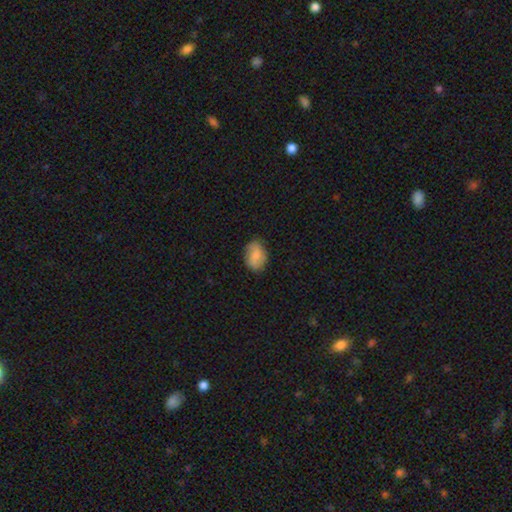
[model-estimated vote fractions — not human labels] Smooth or featured?
  - smooth: 67% *
  - featured or disk: 25%
  - star or artifact: 7%
How rounded?
  - in between: 79% *
  - round: 20%
  - cigar-shaped: 2%
Merging?
  - none: 77% *
  - minor disturbance: 18%
  - major disturbance: 4%
  - merger: 1%